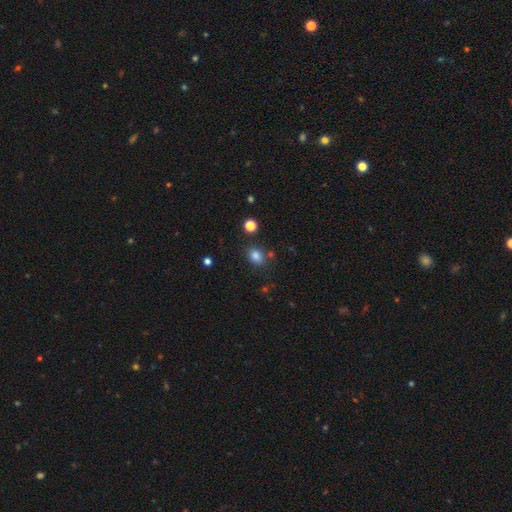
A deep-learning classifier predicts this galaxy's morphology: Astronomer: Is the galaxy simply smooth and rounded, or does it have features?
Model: smooth — 82%.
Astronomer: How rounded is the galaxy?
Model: in between — 54% (runner-up: round, 45%).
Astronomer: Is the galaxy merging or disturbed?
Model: none — 77%.